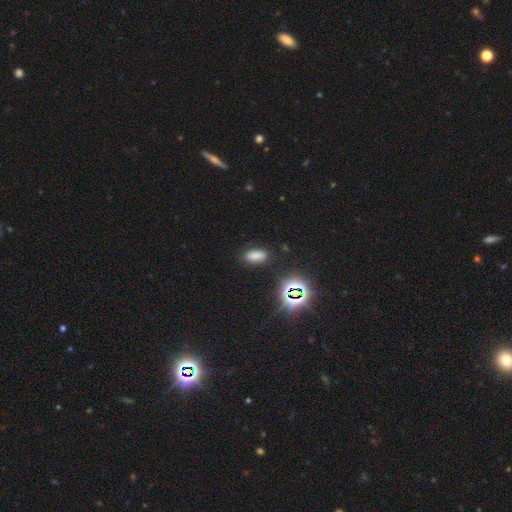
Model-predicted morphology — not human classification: Q: Smooth or featured?
A: smooth (71%); runner-up: star or artifact (23%)
Q: How rounded?
A: in between (87%); runner-up: cigar-shaped (8%)
Q: Merging?
A: none (83%); runner-up: minor disturbance (11%)